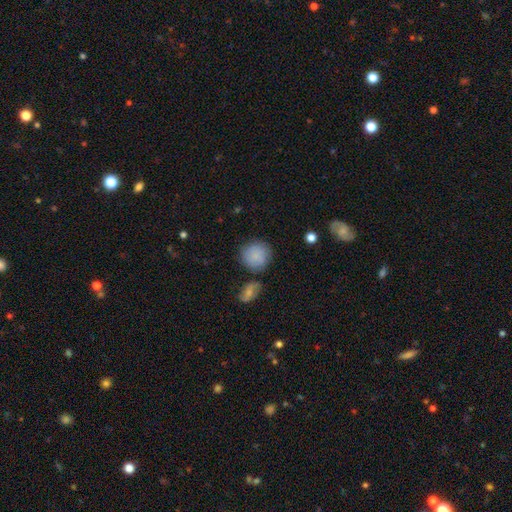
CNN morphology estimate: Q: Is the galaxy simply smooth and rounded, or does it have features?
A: smooth — 84%.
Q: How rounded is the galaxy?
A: round — 88%.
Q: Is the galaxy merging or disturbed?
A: none — 71%.